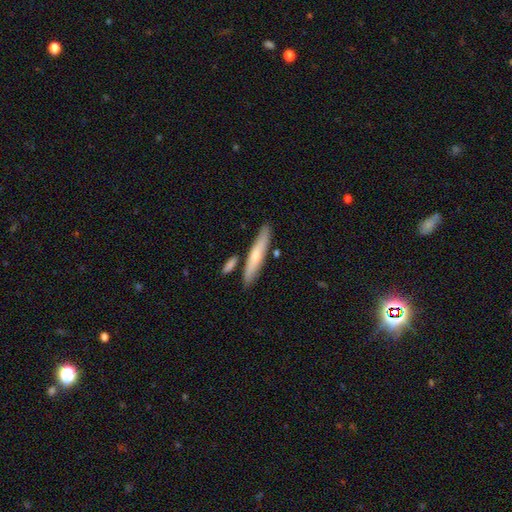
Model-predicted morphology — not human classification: type=smooth (58%); roundness=cigar-shaped (90%); merging=none (81%).